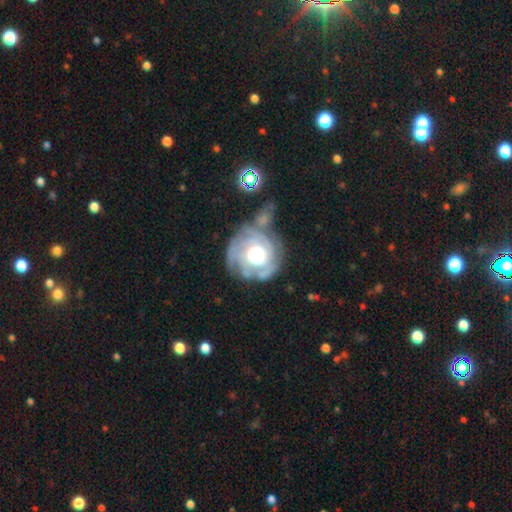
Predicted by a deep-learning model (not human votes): The model was most divided on "bulge size": large: 46%, moderate: 44%, dominant: 5%, small: 4%, none: 1%. Remaining: edge-on disk — no (97%); bar — no (81%); spiral arms — yes (75%); smooth or featured — featured or disk (72%); spiral winding — tight (66%); spiral arm count — can't tell (49%); merging — none (48%).